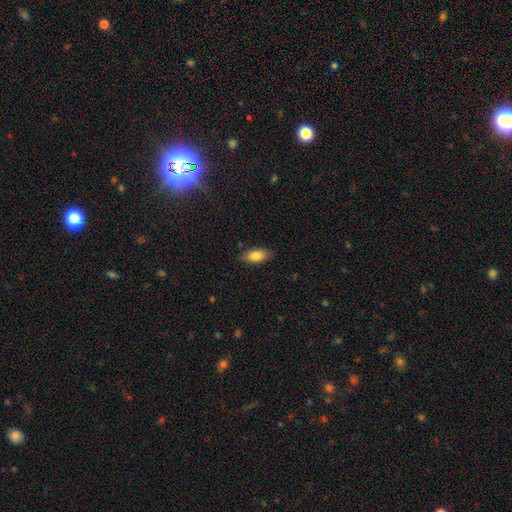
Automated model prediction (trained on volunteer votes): Smooth or featured: smooth — 83% (featured or disk — 10%)
How rounded: in between — 89% (cigar-shaped — 7%)
Merging: none — 84% (minor disturbance — 12%)